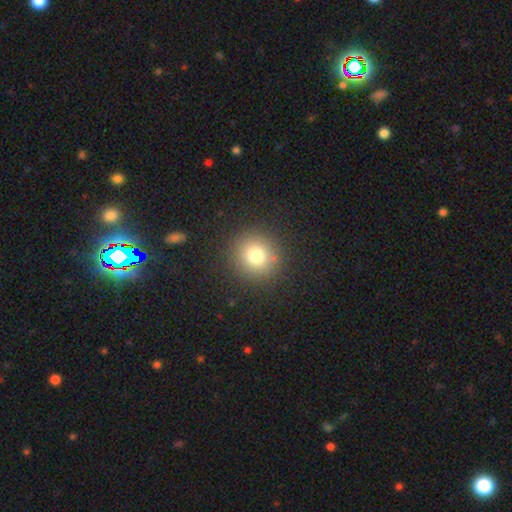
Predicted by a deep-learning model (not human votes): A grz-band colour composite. It shows a smooth galaxy with no disk features (76%) that is round (93%). Merging: none (89%).